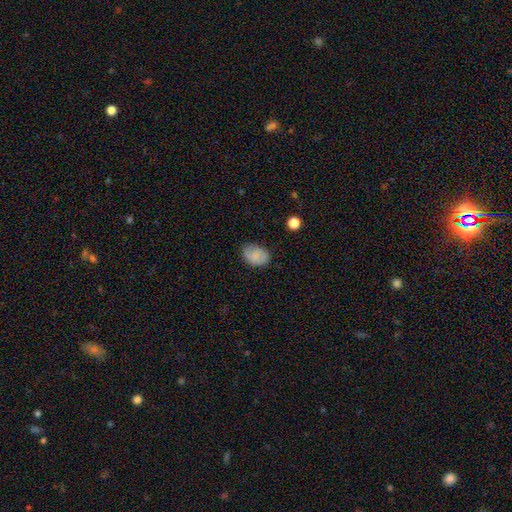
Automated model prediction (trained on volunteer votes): smooth 77%, featured or disk 15%, star or artifact 9%. Down the decision tree: how rounded — in between (77%); merging — none (70%).